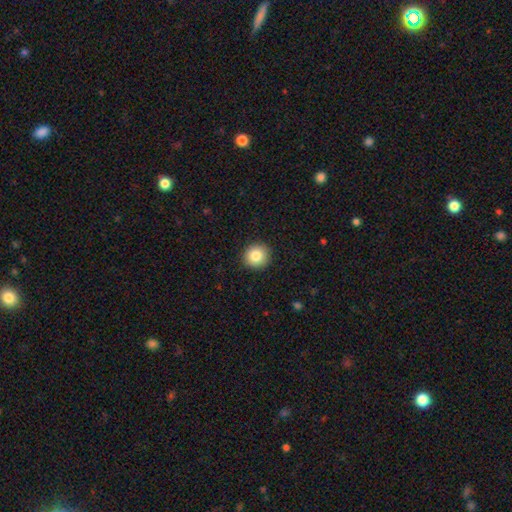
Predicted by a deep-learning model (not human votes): Smooth or featured? Predicted: smooth (p=0.84). How rounded? Predicted: round (p=0.93). Merging? Predicted: none (p=0.92).